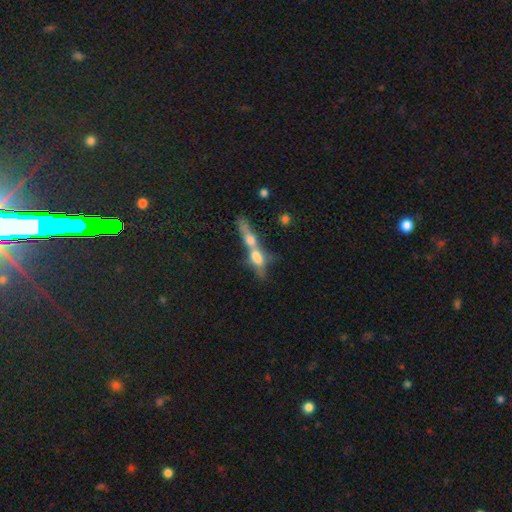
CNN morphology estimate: smooth_or_featured: smooth (p=0.49) [alt: featured or disk p=0.40]
merging: merger (p=0.72) [alt: none p=0.14]